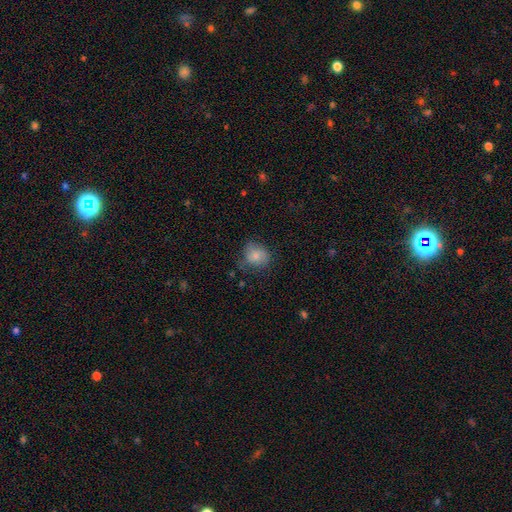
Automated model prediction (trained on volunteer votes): Smooth or featured?
  - smooth: 80% *
  - featured or disk: 11%
  - star or artifact: 8%
How rounded?
  - round: 67% *
  - in between: 32%
  - cigar-shaped: 1%
Merging?
  - none: 61% *
  - minor disturbance: 28%
  - major disturbance: 10%
  - merger: 2%